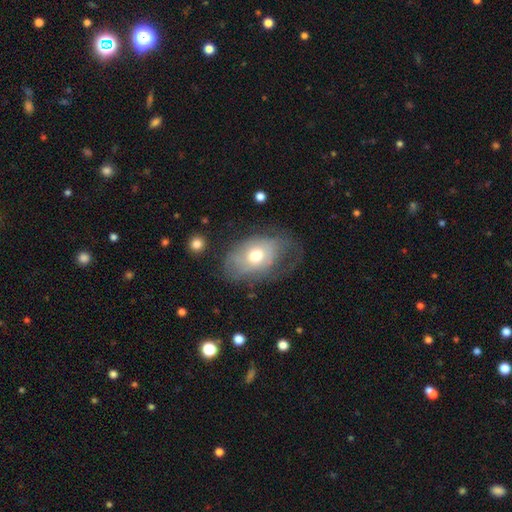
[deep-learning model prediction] The model was most divided on "smooth or featured": smooth: 51%, featured or disk: 41%, star or artifact: 8%. Remaining: how rounded — in between (81%); merging — none (41%).